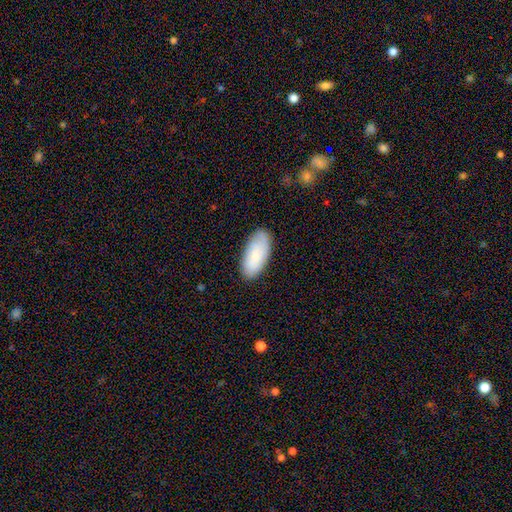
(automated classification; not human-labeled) Smooth or featured?
  - smooth: 80% *
  - featured or disk: 14%
  - star or artifact: 6%
How rounded?
  - in between: 91% *
  - cigar-shaped: 7%
  - round: 2%
Merging?
  - none: 83% *
  - minor disturbance: 14%
  - major disturbance: 3%
  - merger: 1%